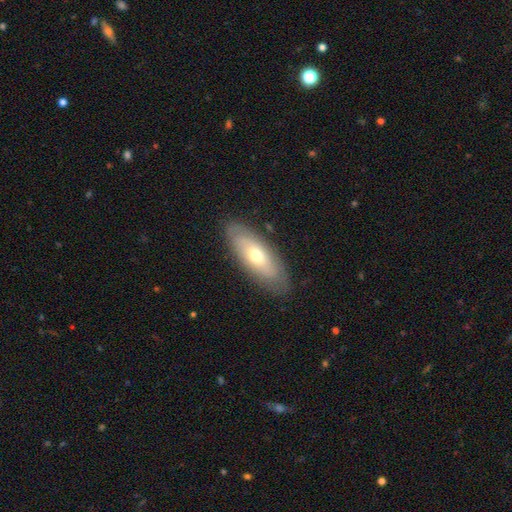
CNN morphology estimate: Smooth or featured? smooth (56%)
How rounded? in between (74%)
Merging? none (84%)